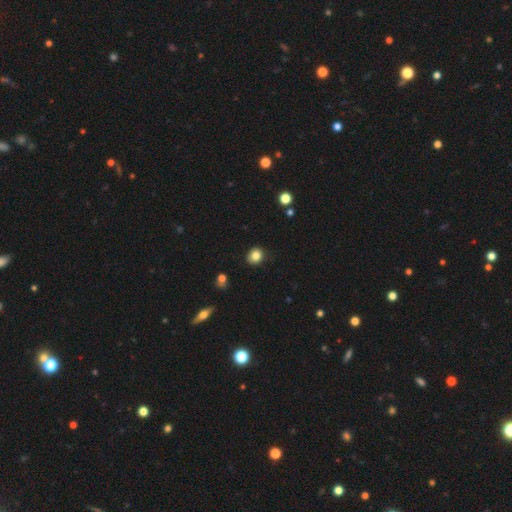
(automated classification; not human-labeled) smooth-or-featured: smooth: 84% | star or artifact: 10% | featured or disk: 5%
  how-rounded: round: 72% | in between: 27% | cigar-shaped: 1%
  merging: none: 87% | minor disturbance: 10% | major disturbance: 2% | merger: 1%